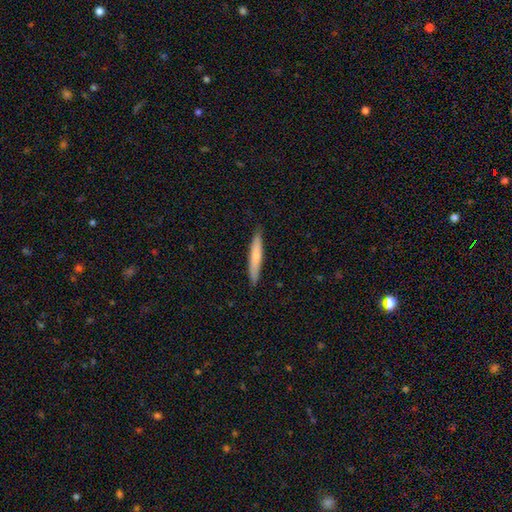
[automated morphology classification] Smooth or featured: smooth — 71% (featured or disk — 24%)
How rounded: cigar-shaped — 94% (in between — 5%)
Merging: none — 89% (minor disturbance — 9%)